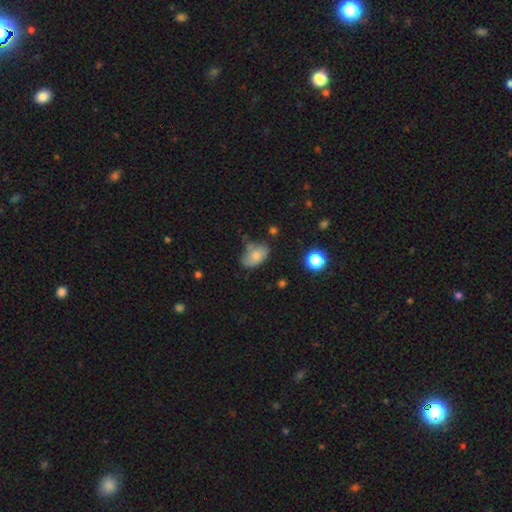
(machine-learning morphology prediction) A smooth galaxy with no disk features (73%) that is in between round and cigar-shaped (86%). Merging: none (48%).